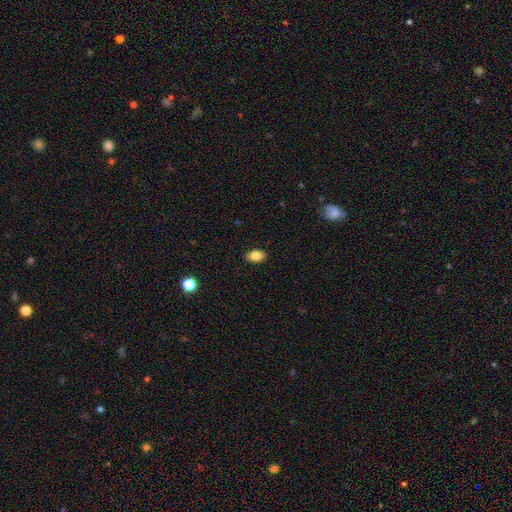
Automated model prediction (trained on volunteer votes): Overall: smooth (84%). How rounded: in between (85%). Merging: none (89%).